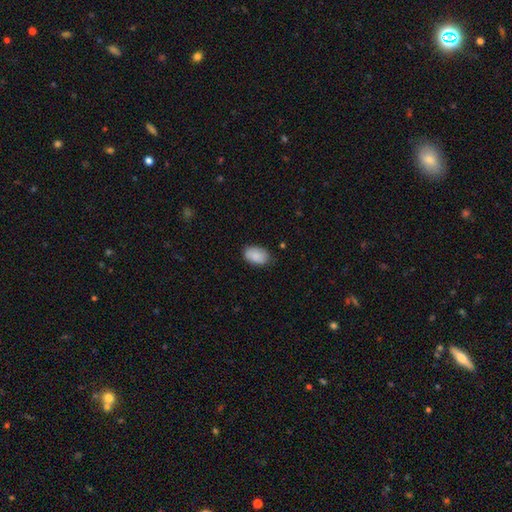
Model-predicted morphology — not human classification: Q: Smooth or featured?
A: smooth (88%); runner-up: star or artifact (6%)
Q: How rounded?
A: in between (90%); runner-up: round (8%)
Q: Merging?
A: none (81%); runner-up: minor disturbance (15%)